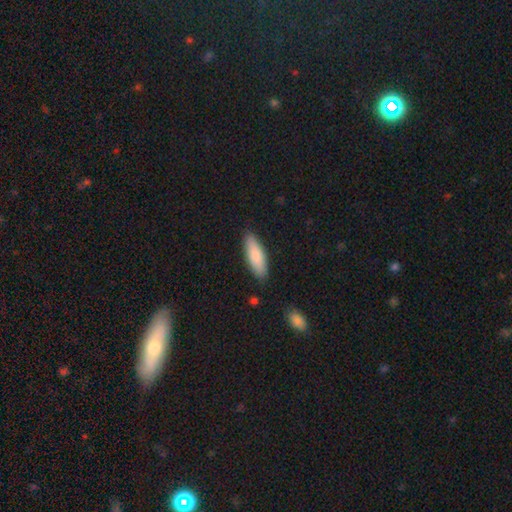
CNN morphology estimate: This is clearly a smooth galaxy (84%). How rounded: possibly in between (55%). Merging: clearly none (86%).